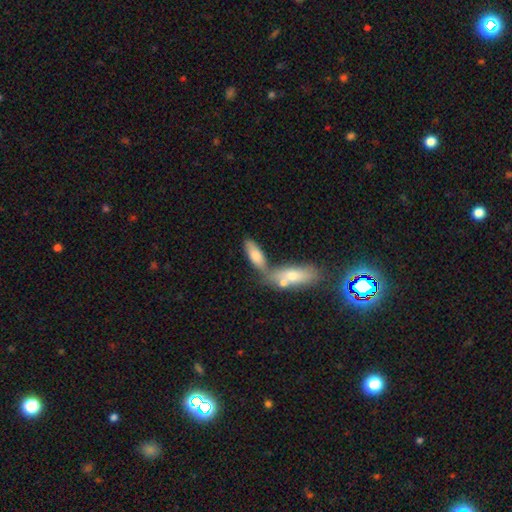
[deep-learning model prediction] Overall: smooth (71%). How rounded: in between (65%; cigar-shaped 33%). Merging: merger (45%; none 38%).